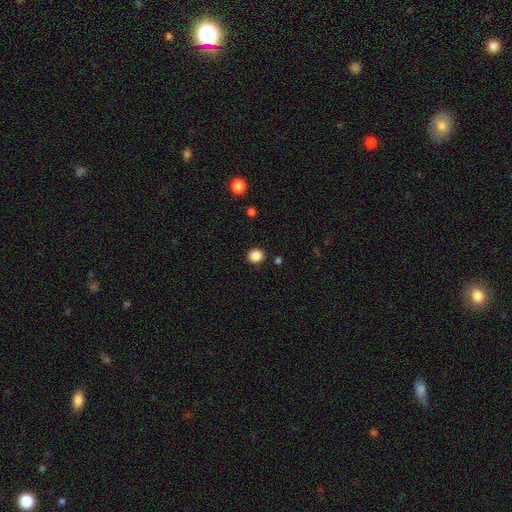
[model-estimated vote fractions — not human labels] Smooth or featured: smooth — 86% (star or artifact — 10%)
How rounded: round — 79% (in between — 20%)
Merging: none — 89% (minor disturbance — 7%)